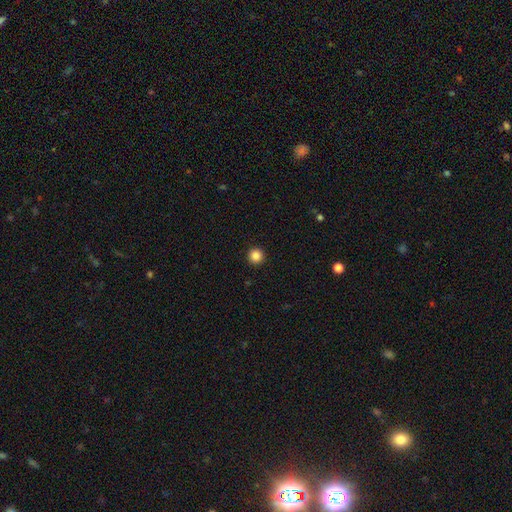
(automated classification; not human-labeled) This is clearly a smooth galaxy (86%). How rounded: clearly round (97%). Merging: clearly none (94%).